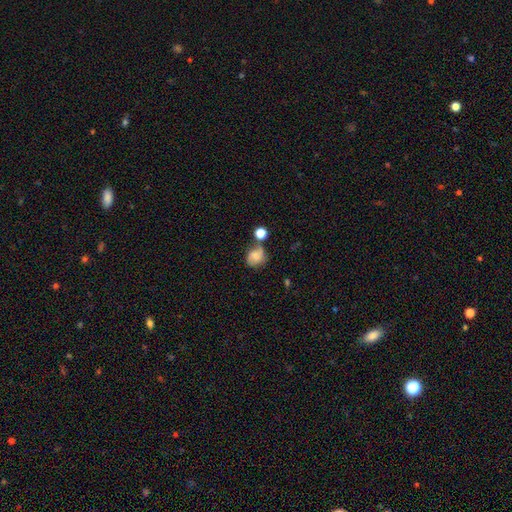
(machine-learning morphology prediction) A smooth galaxy with no disk features (63%) that is round (68%). Merging: none (47%).